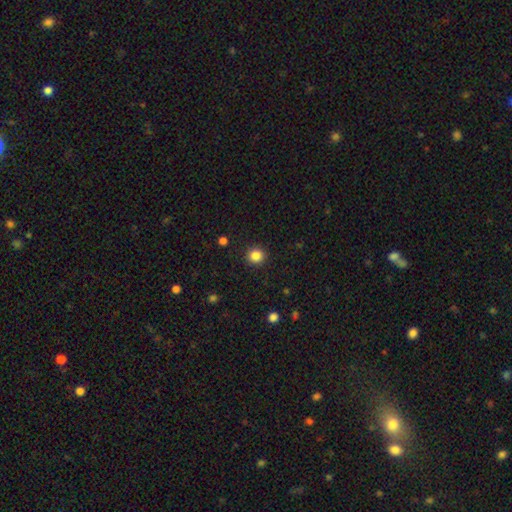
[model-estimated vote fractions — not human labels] Q: Smooth or featured?
A: smooth (85%); runner-up: star or artifact (11%)
Q: How rounded?
A: round (91%); runner-up: in between (8%)
Q: Merging?
A: none (92%); runner-up: minor disturbance (5%)